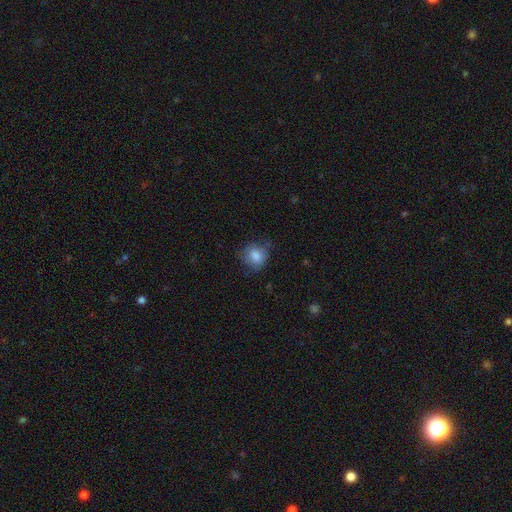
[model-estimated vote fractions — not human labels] Smooth or featured: smooth — 82% (featured or disk — 9%)
How rounded: round — 74% (in between — 25%)
Merging: none — 63% (minor disturbance — 26%)